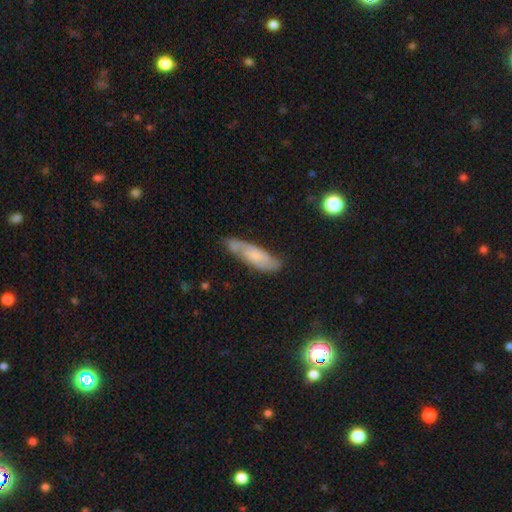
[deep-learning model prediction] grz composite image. It shows a featured or disk galaxy (51%). Merging: none (65%).